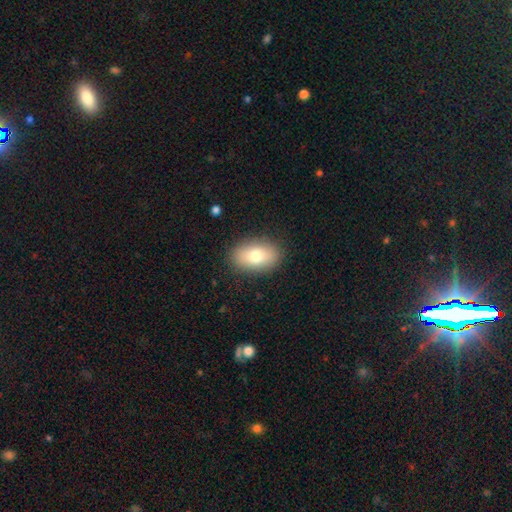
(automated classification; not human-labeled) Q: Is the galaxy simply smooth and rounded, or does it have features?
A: smooth — 78%.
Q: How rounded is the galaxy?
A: in between — 90%.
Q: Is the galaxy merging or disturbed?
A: none — 89%.